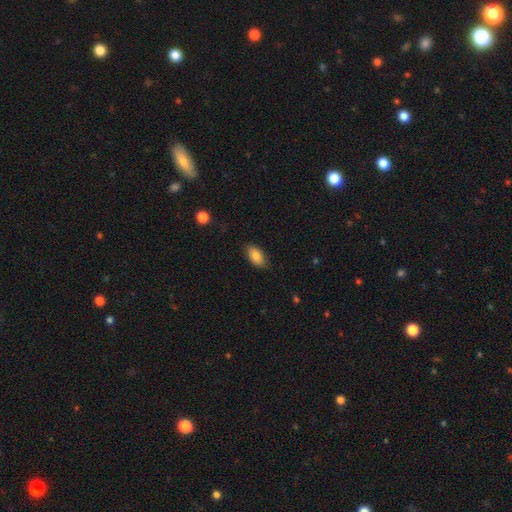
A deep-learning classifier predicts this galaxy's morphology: Smooth or featured?
  - smooth: 84% *
  - featured or disk: 9%
  - star or artifact: 7%
How rounded?
  - in between: 92% *
  - cigar-shaped: 4%
  - round: 4%
Merging?
  - none: 83% *
  - minor disturbance: 14%
  - major disturbance: 3%
  - merger: 1%